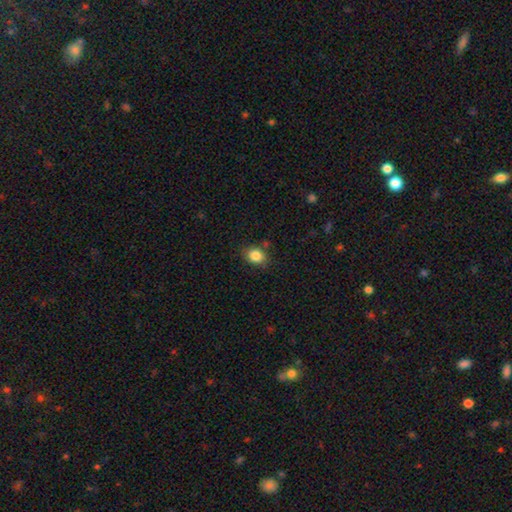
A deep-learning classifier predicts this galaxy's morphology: smooth 85%, star or artifact 10%, featured or disk 6%. Down the decision tree: how rounded — in between (53%); merging — none (79%).